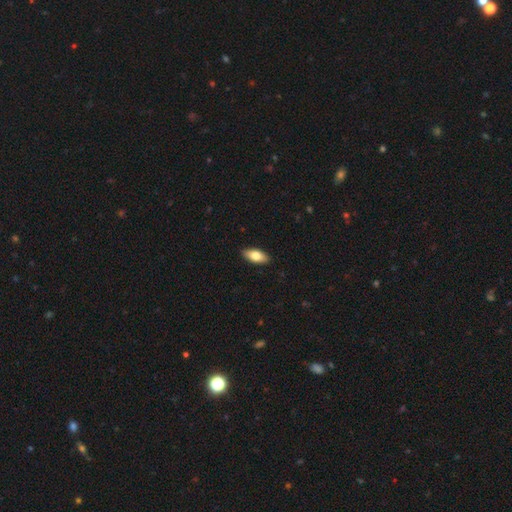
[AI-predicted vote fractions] A smooth galaxy with no disk features (77%) that is in between round and cigar-shaped (88%). Merging: none (90%).